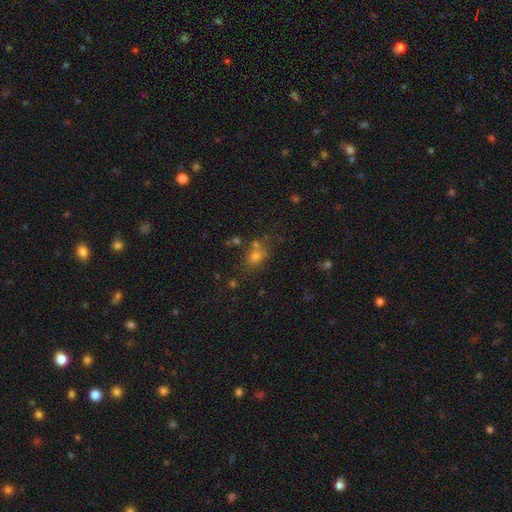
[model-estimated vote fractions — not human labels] Smooth or featured? Predicted: smooth (p=0.63). How rounded? Predicted: round (p=0.57). Merging? Predicted: none (p=0.61).